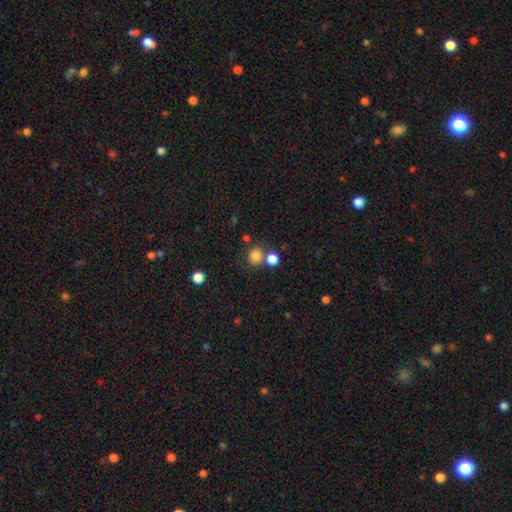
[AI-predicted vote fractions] Smooth or featured?
  - smooth: 81% *
  - star or artifact: 13%
  - featured or disk: 6%
How rounded?
  - round: 60% *
  - in between: 39%
  - cigar-shaped: 1%
Merging?
  - none: 64% *
  - merger: 19%
  - minor disturbance: 11%
  - major disturbance: 5%